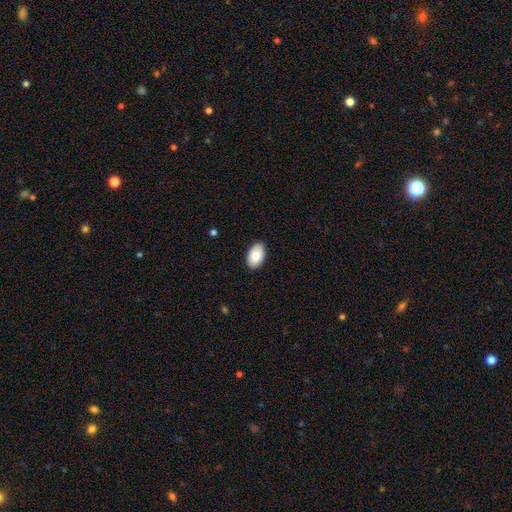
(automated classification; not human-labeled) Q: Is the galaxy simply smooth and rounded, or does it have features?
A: smooth — 87%.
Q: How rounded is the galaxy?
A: in between — 94%.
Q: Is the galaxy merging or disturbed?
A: none — 89%.